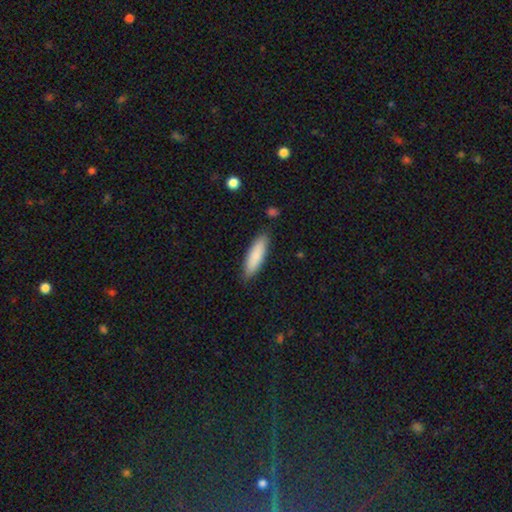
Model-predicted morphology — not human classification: Smooth or featured? Predicted: smooth (p=0.86). How rounded? Predicted: cigar-shaped (p=0.61). Merging? Predicted: none (p=0.86).